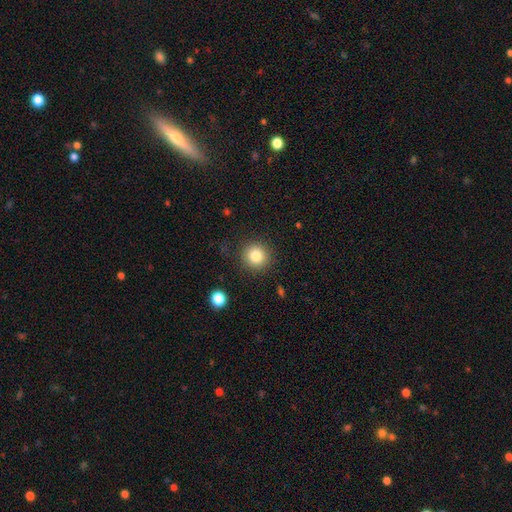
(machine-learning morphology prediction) Overall: smooth (82%). How rounded: round (93%). Merging: none (88%).